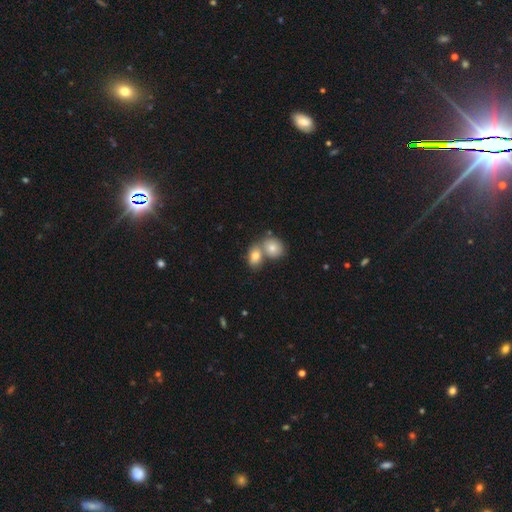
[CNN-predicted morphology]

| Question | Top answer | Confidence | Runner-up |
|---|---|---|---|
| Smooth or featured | smooth | 78% | featured or disk (13%) |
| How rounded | in between | 65% | round (33%) |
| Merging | merger | 51% | none (38%) |